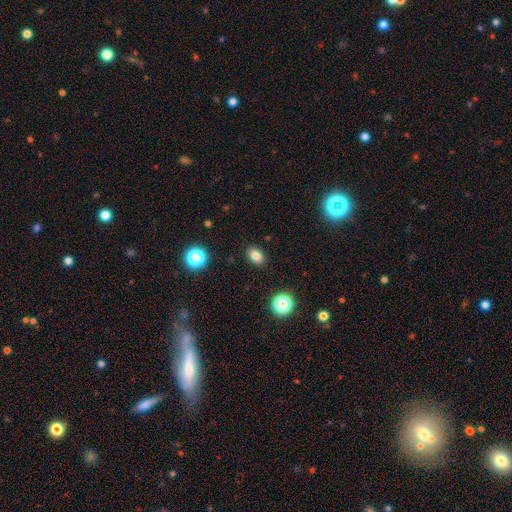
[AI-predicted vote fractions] Smooth or featured: smooth — 81% (star or artifact — 13%)
How rounded: in between — 74% (round — 25%)
Merging: none — 88% (minor disturbance — 8%)